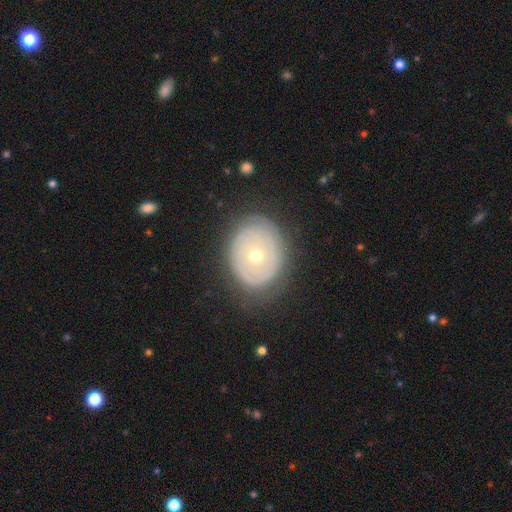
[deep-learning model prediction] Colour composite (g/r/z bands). It shows a featured or disk galaxy (63%) with no bar (90%), spiral arms (53%) and a moderate central bulge (51%). Merging: none (75%).